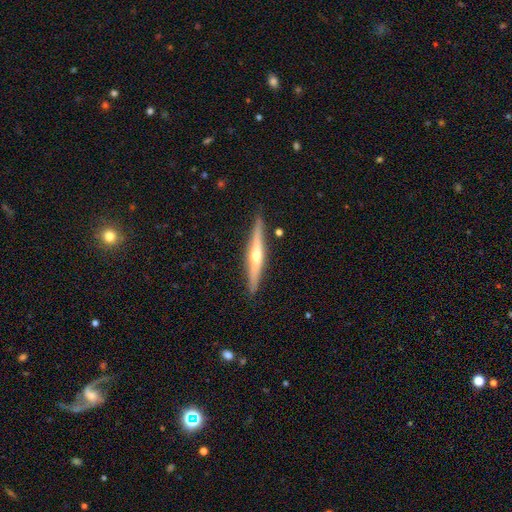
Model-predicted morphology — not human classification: This is likely a featured or disk galaxy (72%). It is clearly viewed edge-on (97%). Edge-on bulge: clearly rounded (87%). Merging: clearly none (90%).